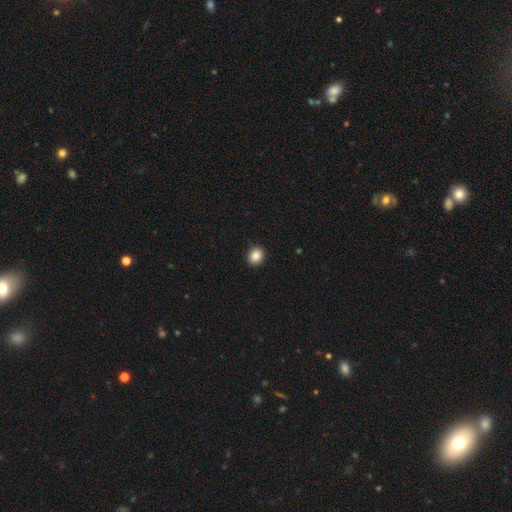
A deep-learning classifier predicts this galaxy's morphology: smooth_or_featured: smooth (p=0.87) [alt: star or artifact p=0.09]
how_rounded: round (p=0.71) [alt: in between p=0.28]
merging: none (p=0.91) [alt: minor disturbance p=0.06]